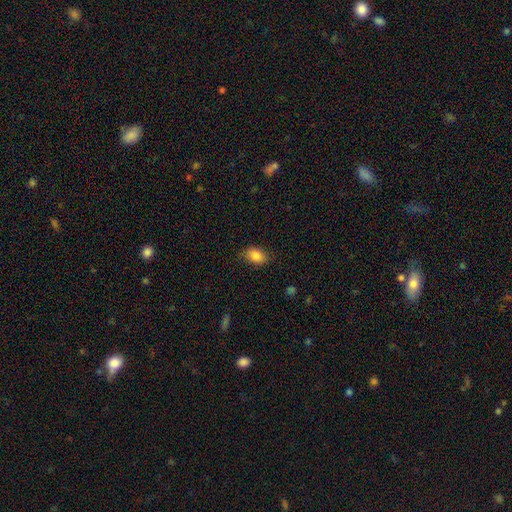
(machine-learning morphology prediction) Smooth or featured? smooth (86%)
How rounded? in between (83%)
Merging? none (80%)